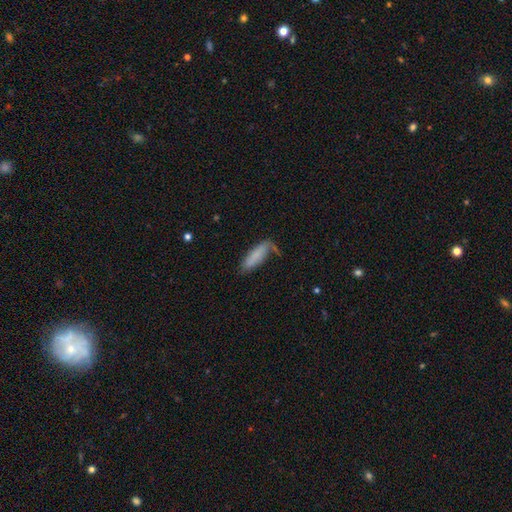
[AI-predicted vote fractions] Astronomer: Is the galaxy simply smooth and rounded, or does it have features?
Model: smooth — 74%.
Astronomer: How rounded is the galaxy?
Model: cigar-shaped — 50% (runner-up: in between, 48%).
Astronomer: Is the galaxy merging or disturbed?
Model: none — 46% (runner-up: minor disturbance, 29%).